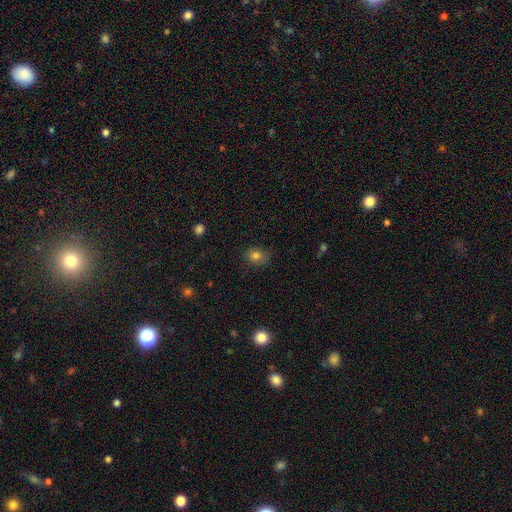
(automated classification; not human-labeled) This is likely a smooth galaxy (79%). How rounded: possibly round (55%). Merging: likely none (77%).